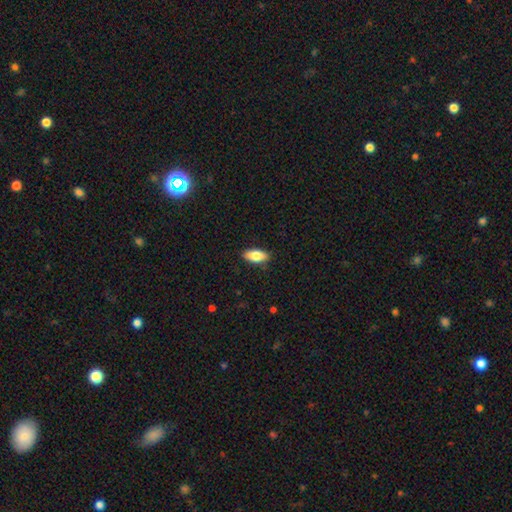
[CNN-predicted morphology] A smooth galaxy with no disk features (81%) that is in between round and cigar-shaped (87%).

Vote fractions:
- Smooth or featured? smooth: 81% / featured or disk: 12% / star or artifact: 7%
- How rounded? in between: 87% / cigar-shaped: 10% / round: 3%
- Merging? none: 89% / minor disturbance: 9% / major disturbance: 2% / merger: 1%